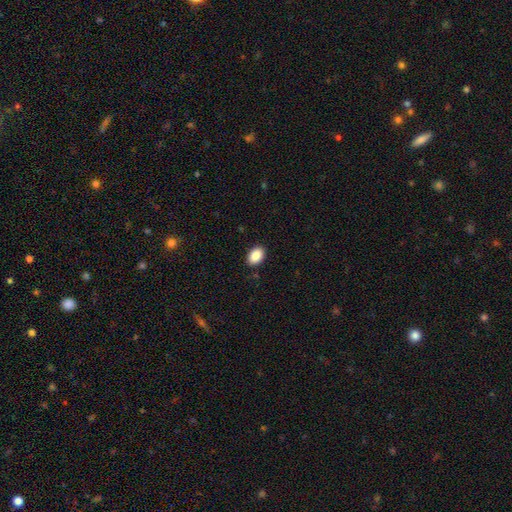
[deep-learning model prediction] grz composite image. It shows a smooth galaxy with no disk features (90%) that is in between round and cigar-shaped (85%). Merging: none (89%).